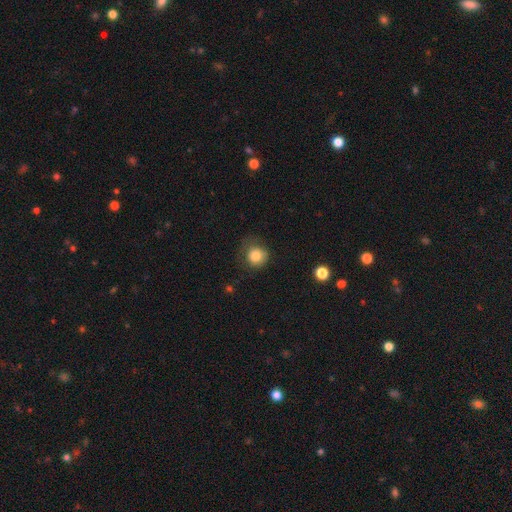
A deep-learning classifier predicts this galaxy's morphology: The model was most divided on "merging": none: 60%, minor disturbance: 25%, major disturbance: 14%, merger: 2%. More confident: how rounded — round (87%); smooth or featured — smooth (82%).